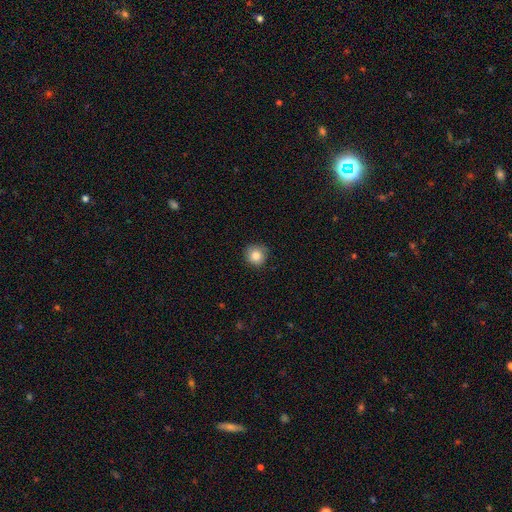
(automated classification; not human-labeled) Smooth or featured? smooth (85%)
How rounded? round (92%)
Merging? none (84%)